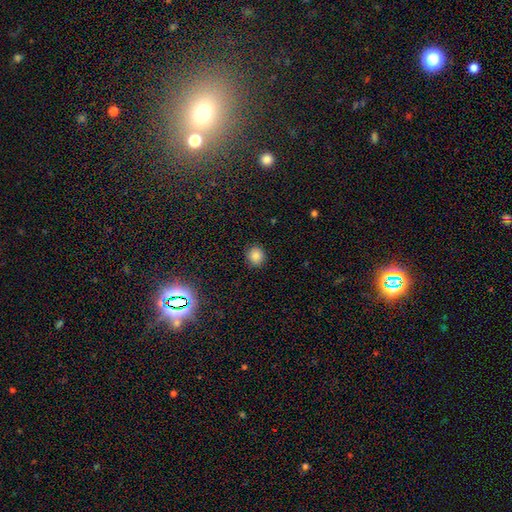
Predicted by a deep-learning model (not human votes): Smooth or featured?
  - smooth: 84% *
  - star or artifact: 12%
  - featured or disk: 4%
How rounded?
  - round: 87% *
  - in between: 12%
  - cigar-shaped: 1%
Merging?
  - none: 91% *
  - minor disturbance: 6%
  - major disturbance: 2%
  - merger: 1%